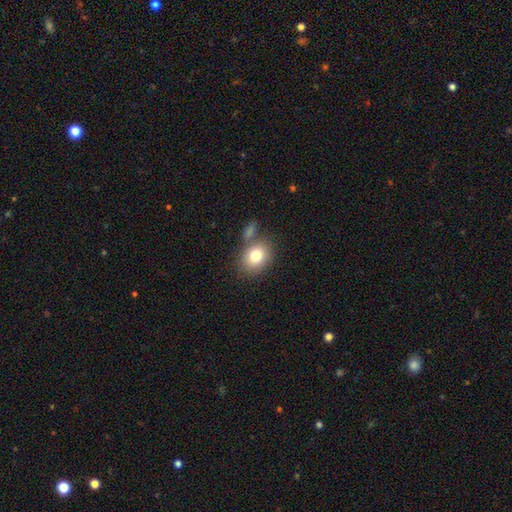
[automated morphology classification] This is likely a smooth galaxy (79%). How rounded: possibly in between (52%). Merging: likely none (63%).